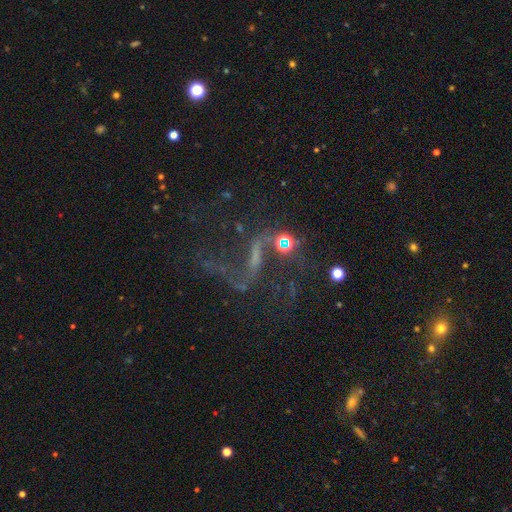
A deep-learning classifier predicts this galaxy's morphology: smooth-or-featured: featured or disk: 60% | star or artifact: 27% | smooth: 13%
  disk-edge-on: no: 92% | yes: 8%
    bar: no: 38% | weak: 32% | strong: 31%
    has-spiral-arms: yes: 65% | no: 35%
    bulge-size: none: 42% | small: 35% | moderate: 17% | large: 4% | dominant: 2%
  merging: none: 39% | major disturbance: 33% | merger: 15% | minor disturbance: 12%